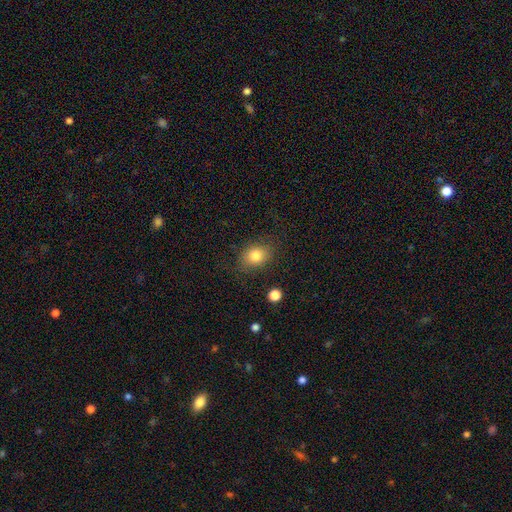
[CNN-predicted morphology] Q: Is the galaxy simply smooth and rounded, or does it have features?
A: smooth — 80%.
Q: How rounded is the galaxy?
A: in between — 57%.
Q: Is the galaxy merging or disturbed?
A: none — 80%.